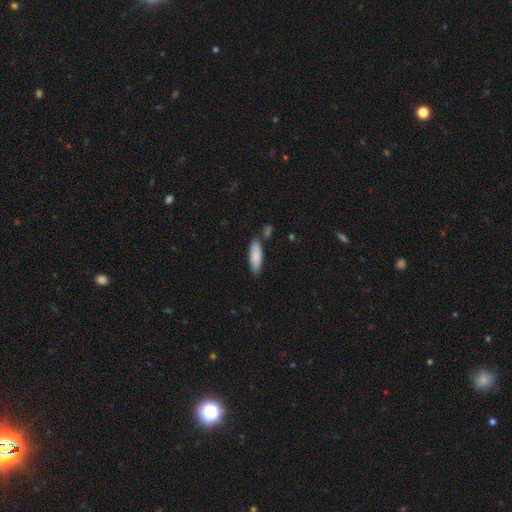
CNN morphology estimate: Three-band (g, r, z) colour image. It shows a smooth galaxy with no disk features (85%) that is in between round and cigar-shaped (58%). Merging: none (76%).